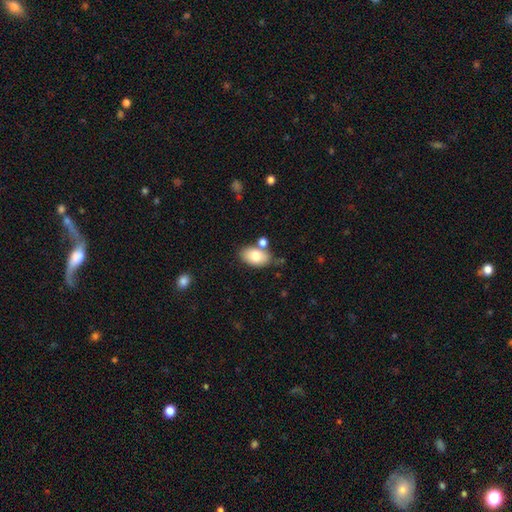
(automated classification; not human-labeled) Smooth or featured? smooth (80%)
How rounded? in between (92%)
Merging? none (65%)